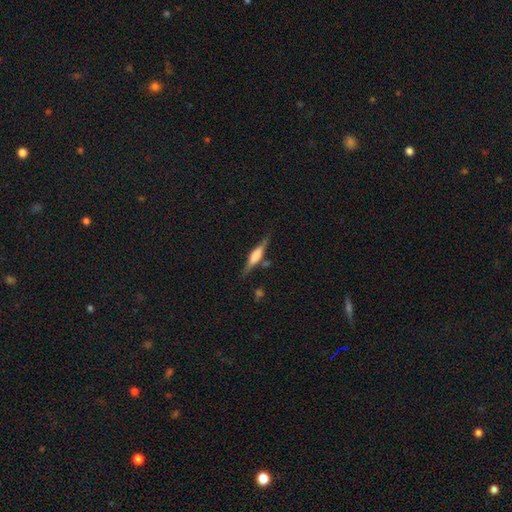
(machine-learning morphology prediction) A featured or disk galaxy (58%) viewed edge-on (95%) with a rounded central bulge (49%).

Vote fractions:
- Smooth or featured? featured or disk: 58% / smooth: 36% / star or artifact: 7%
- Edge-on disk? yes: 95% / no: 5%
- Edge-on bulge? rounded: 49% / boxy: 43% / none: 8%
- Merging? none: 78% / minor disturbance: 14% / merger: 4% / major disturbance: 4%